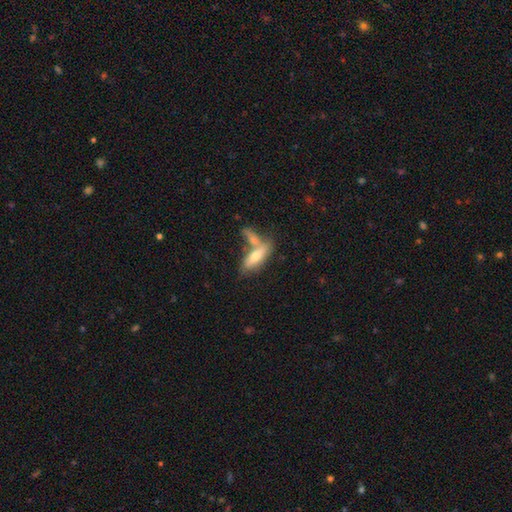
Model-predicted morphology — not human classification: The model was most divided on "merging": merger: 42%, none: 38%, minor disturbance: 13%, major disturbance: 6%. More confident: smooth or featured — smooth (63%); how rounded — in between (56%).